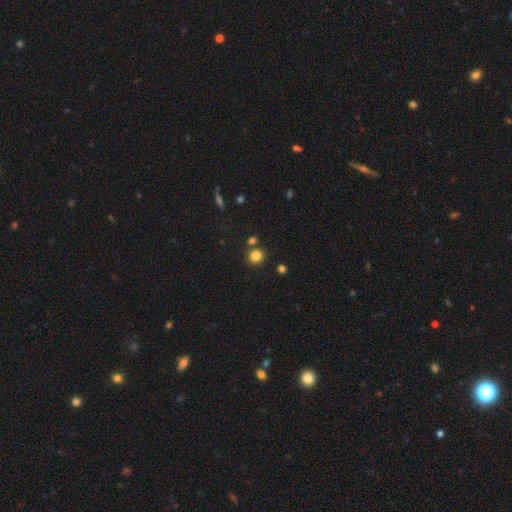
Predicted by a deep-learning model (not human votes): This appears to be a smooth galaxy with no disk features (83%) that is round (85%). Merging: none (79%).